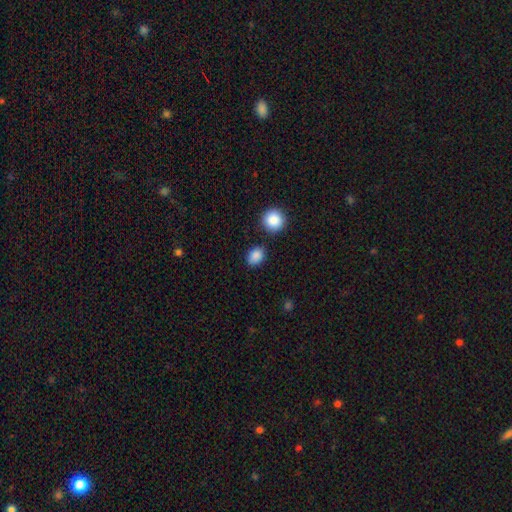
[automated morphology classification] Smooth or featured: smooth — 88% (star or artifact — 9%)
How rounded: in between — 54% (round — 44%)
Merging: none — 80% (minor disturbance — 11%)